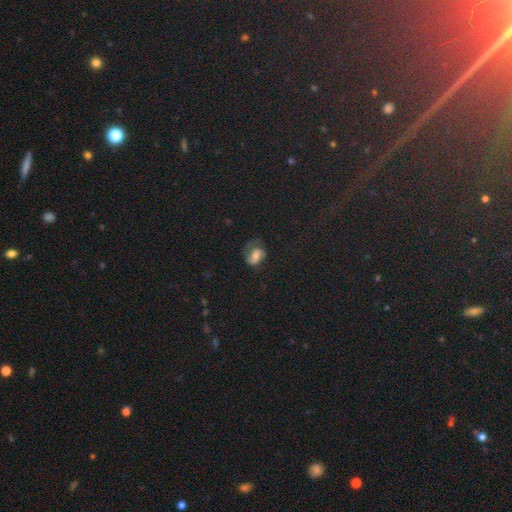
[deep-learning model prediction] A featured or disk galaxy (45%).

Vote fractions:
- Smooth or featured? featured or disk: 45% / smooth: 41% / star or artifact: 14%
- Merging? none: 51% / minor disturbance: 25% / major disturbance: 22% / merger: 2%